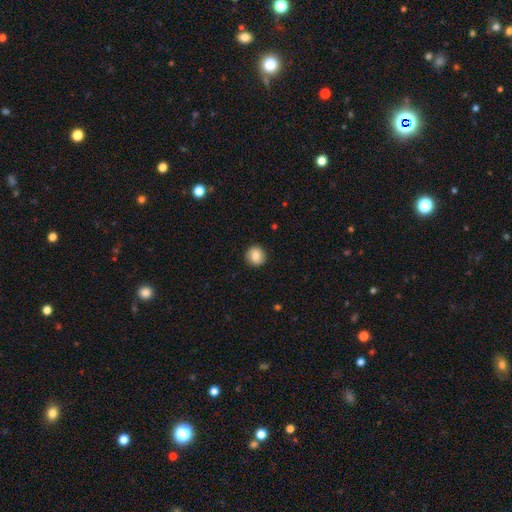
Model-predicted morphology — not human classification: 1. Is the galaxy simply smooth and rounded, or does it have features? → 83% smooth, 9% featured or disk, 8% star or artifact.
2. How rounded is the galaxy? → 90% round, 9% in between, 1% cigar-shaped.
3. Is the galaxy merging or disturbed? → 89% none, 8% minor disturbance, 2% major disturbance, 1% merger.